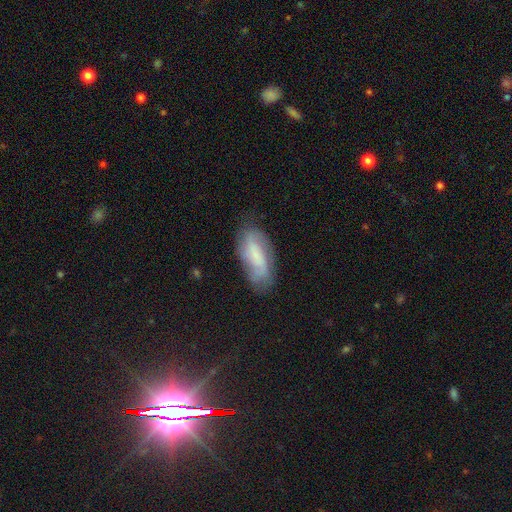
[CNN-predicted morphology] type=featured or disk (47%); merging=none (65%).